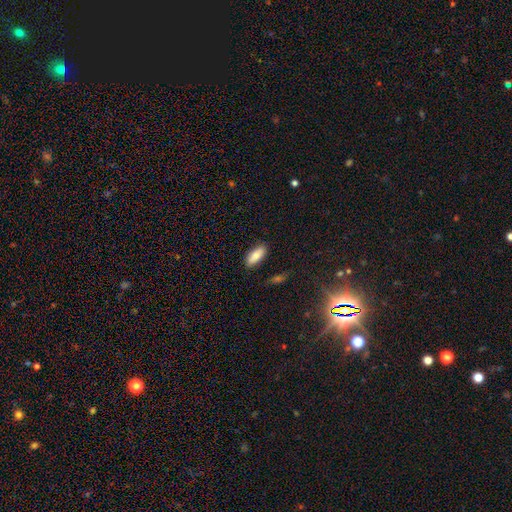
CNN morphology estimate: smooth_or_featured: smooth (p=0.83) [alt: featured or disk p=0.10]
how_rounded: in between (p=0.79) [alt: cigar-shaped p=0.19]
merging: none (p=0.85) [alt: minor disturbance p=0.10]